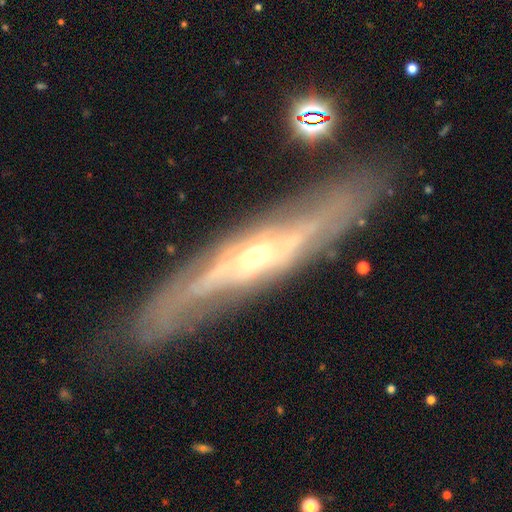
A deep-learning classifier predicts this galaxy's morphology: featured or disk 80%, smooth 14%, star or artifact 6%. Down the decision tree: edge-on disk — yes (60%); merging — none (80%).